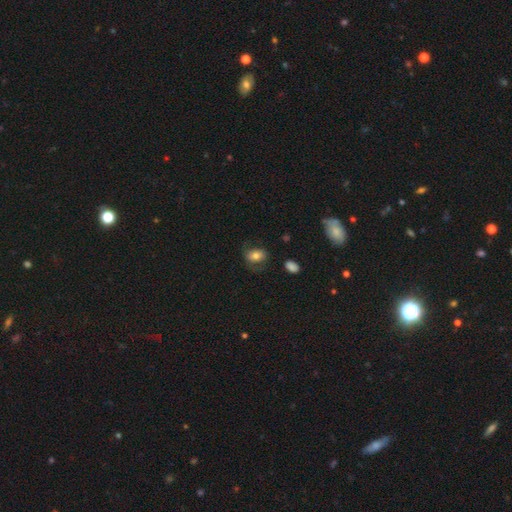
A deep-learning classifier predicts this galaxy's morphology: Smooth or featured? Predicted: smooth (p=0.69). How rounded? Predicted: in between (p=0.74). Merging? Predicted: none (p=0.62).